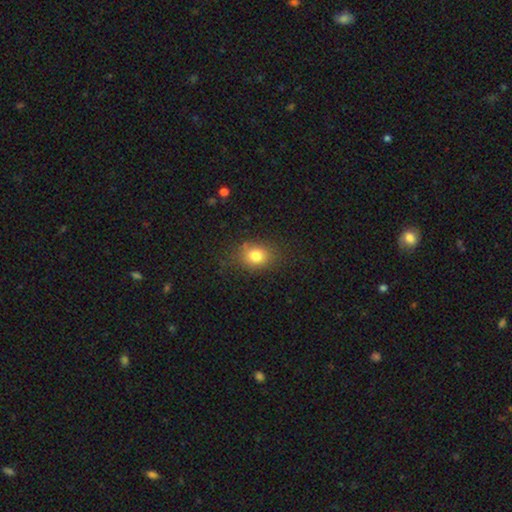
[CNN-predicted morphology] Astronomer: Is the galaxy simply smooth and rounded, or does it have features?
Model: smooth — 80%.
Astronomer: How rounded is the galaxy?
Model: round — 51% (runner-up: in between, 48%).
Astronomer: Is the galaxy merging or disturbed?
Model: none — 78%.